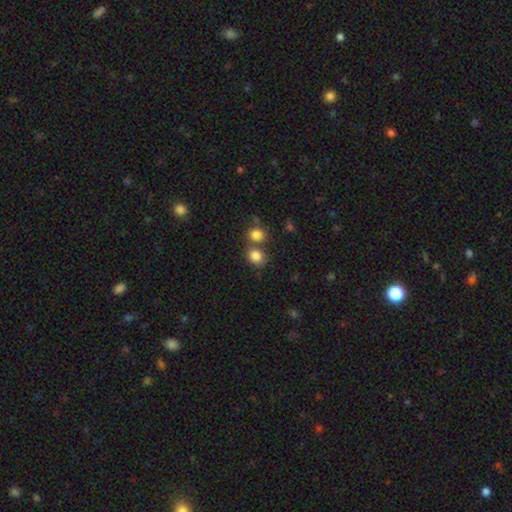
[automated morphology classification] smooth 84%, star or artifact 11%, featured or disk 6%. Down the decision tree: how rounded — round (64%); merging — none (57%).